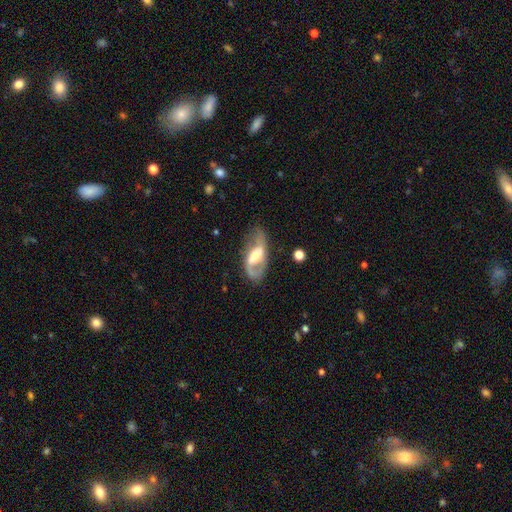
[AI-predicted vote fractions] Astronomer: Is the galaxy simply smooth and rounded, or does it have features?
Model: featured or disk — 77%.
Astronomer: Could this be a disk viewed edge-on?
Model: no — 94%.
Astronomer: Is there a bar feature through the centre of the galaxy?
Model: weak — 42% (runner-up: strong, 36%).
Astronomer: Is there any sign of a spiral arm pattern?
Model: yes — 86%.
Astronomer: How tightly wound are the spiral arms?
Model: loose — 47% (runner-up: medium, 41%).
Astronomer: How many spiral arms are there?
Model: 2 — 76%.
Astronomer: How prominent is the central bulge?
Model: moderate — 51% (runner-up: small, 28%).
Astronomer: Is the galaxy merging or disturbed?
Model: none — 63%.